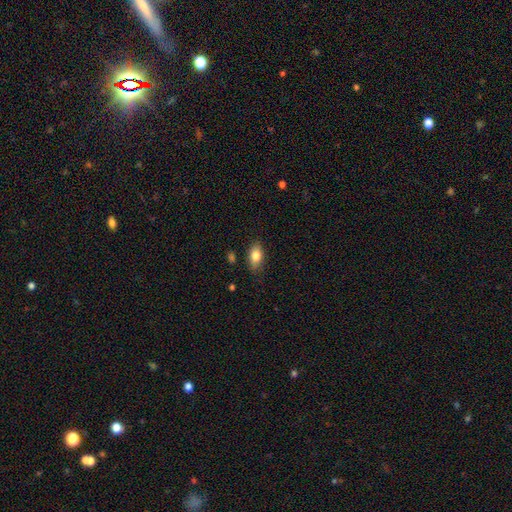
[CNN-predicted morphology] This is clearly a smooth galaxy (82%). How rounded: clearly in between (87%). Merging: likely none (80%).